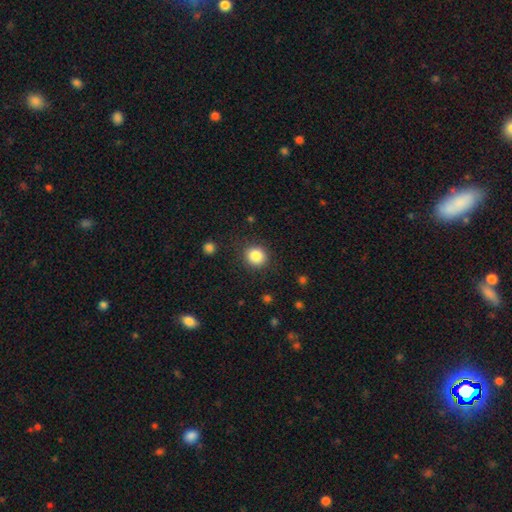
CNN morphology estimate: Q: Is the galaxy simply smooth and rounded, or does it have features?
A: smooth — 85%.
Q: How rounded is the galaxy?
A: round — 89%.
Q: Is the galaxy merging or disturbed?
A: none — 88%.